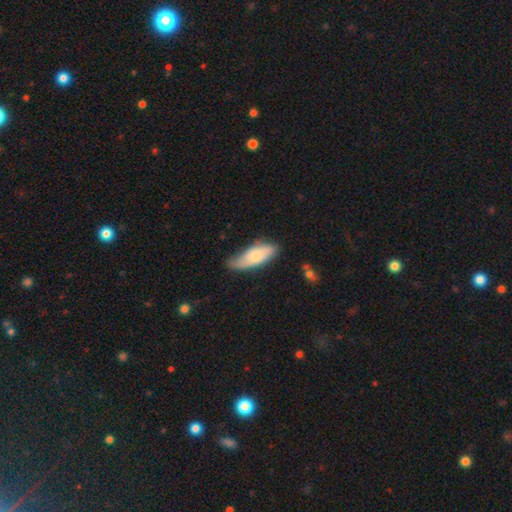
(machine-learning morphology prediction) smooth_or_featured: smooth (p=0.69) [alt: featured or disk p=0.26]
how_rounded: in between (p=0.71) [alt: cigar-shaped p=0.27]
merging: none (p=0.53) [alt: minor disturbance p=0.36]